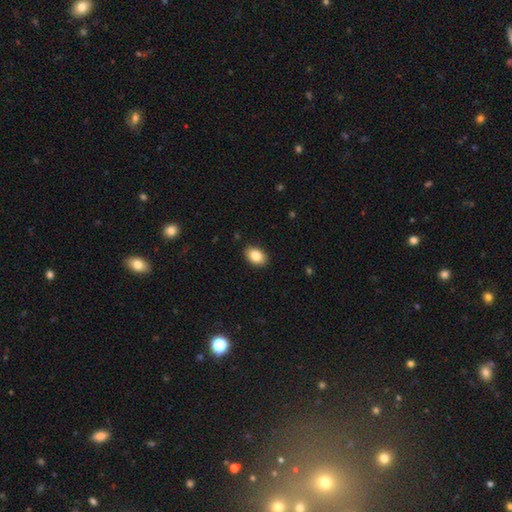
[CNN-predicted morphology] Smooth or featured?
  - smooth: 86% *
  - star or artifact: 8%
  - featured or disk: 7%
How rounded?
  - in between: 85% *
  - round: 14%
  - cigar-shaped: 1%
Merging?
  - none: 89% *
  - minor disturbance: 9%
  - major disturbance: 2%
  - merger: 1%